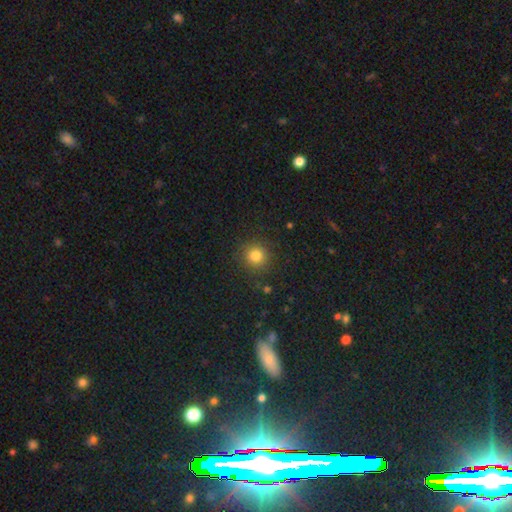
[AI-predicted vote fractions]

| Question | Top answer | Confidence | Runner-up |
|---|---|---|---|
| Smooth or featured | smooth | 80% | star or artifact (14%) |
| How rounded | round | 93% | in between (6%) |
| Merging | none | 89% | minor disturbance (7%) |